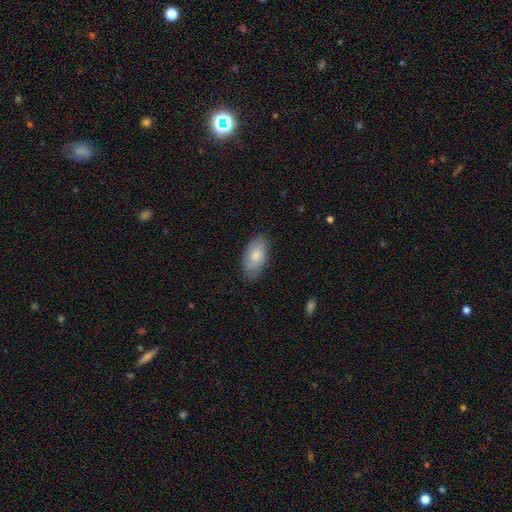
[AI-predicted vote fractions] A smooth galaxy with no disk features (68%) that is in between round and cigar-shaped (94%).

Vote fractions:
- Smooth or featured? smooth: 68% / featured or disk: 26% / star or artifact: 6%
- How rounded? in between: 94% / round: 3% / cigar-shaped: 3%
- Merging? none: 76% / minor disturbance: 19% / major disturbance: 4% / merger: 1%